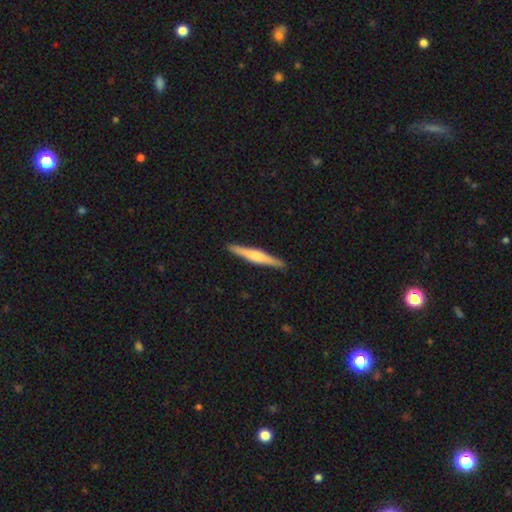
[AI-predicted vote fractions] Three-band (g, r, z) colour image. It shows a featured or disk galaxy (61%) viewed edge-on (98%) with a rounded central bulge (71%). Merging: none (91%).